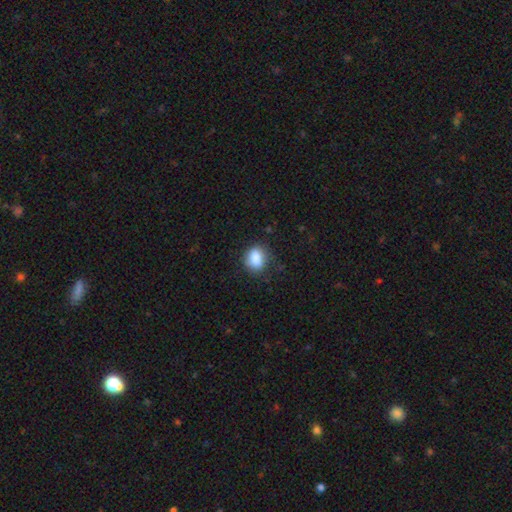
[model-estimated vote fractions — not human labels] Smooth or featured? Predicted: smooth (p=0.85). How rounded? Predicted: in between (p=0.57). Merging? Predicted: none (p=0.75).